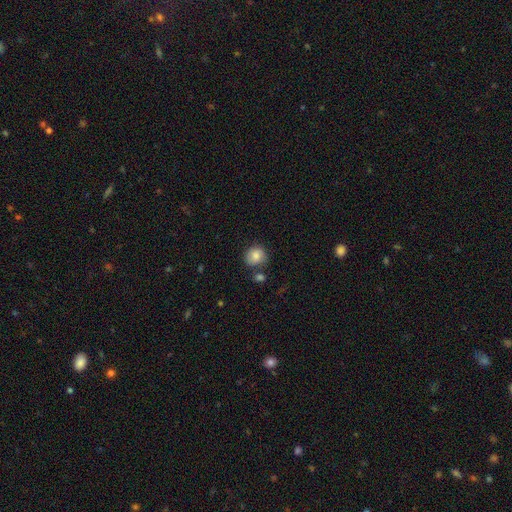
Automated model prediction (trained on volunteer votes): The model was most divided on "merging": none: 70%, minor disturbance: 16%, merger: 10%, major disturbance: 4%. More confident: how rounded — round (84%); smooth or featured — smooth (81%).